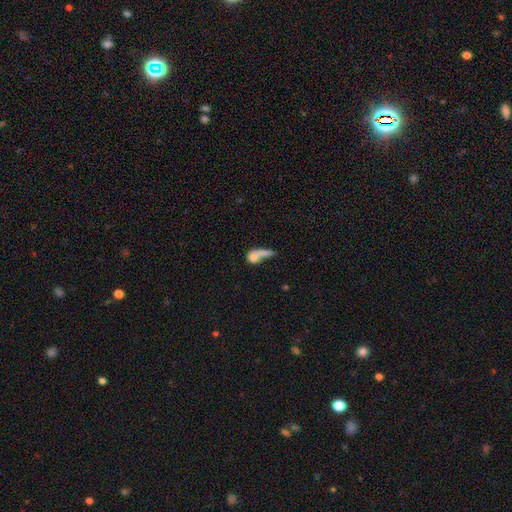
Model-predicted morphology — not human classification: type=smooth (67%); roundness=in between (44%); merging=merger (38%).